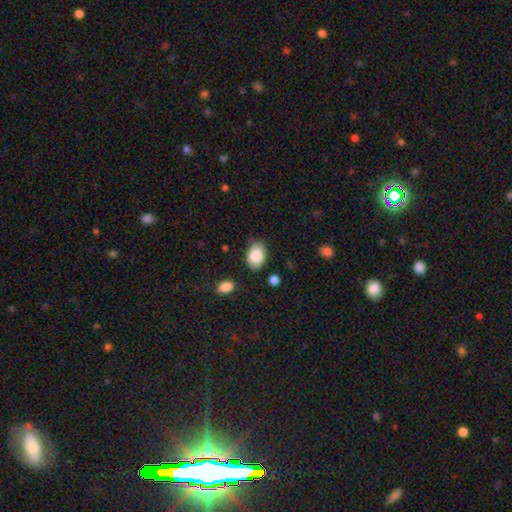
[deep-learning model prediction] Smooth or featured: smooth — 88% (star or artifact — 6%)
How rounded: in between — 87% (round — 12%)
Merging: none — 78% (minor disturbance — 16%)